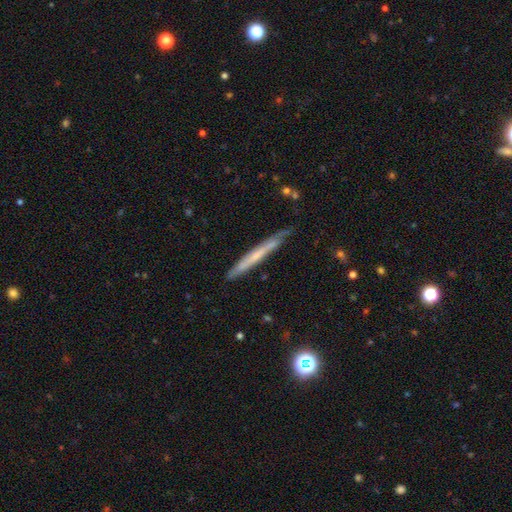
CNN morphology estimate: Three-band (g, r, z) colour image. It shows a featured or disk galaxy (50%). Merging: none (77%).